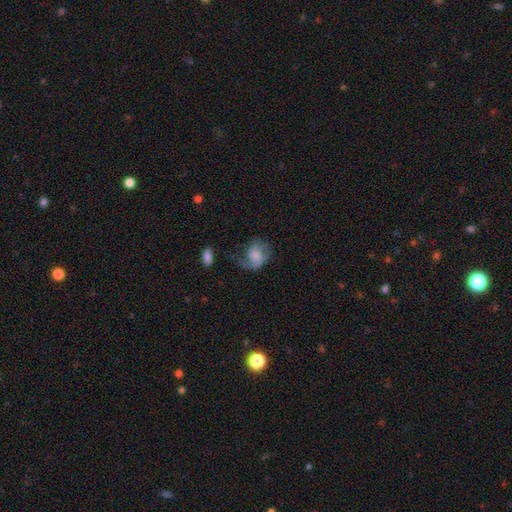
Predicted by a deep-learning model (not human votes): A smooth galaxy with no disk features (49%).

Vote fractions:
- Smooth or featured? smooth: 49% / featured or disk: 43% / star or artifact: 9%
- Merging? major disturbance: 37% / none: 35% / minor disturbance: 25% / merger: 3%